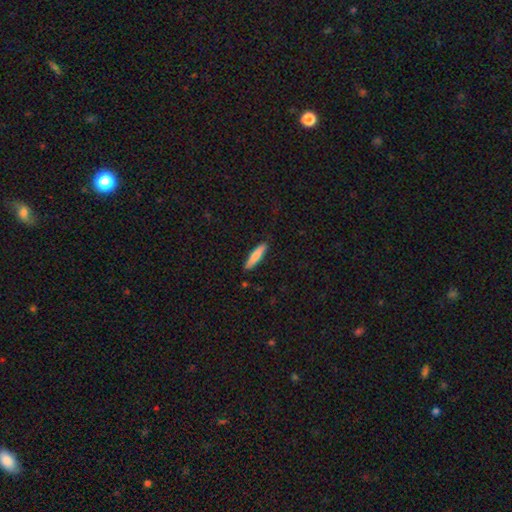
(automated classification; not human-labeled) smooth 76%, featured or disk 18%, star or artifact 5%. Down the decision tree: how rounded — cigar-shaped (84%); merging — none (89%).